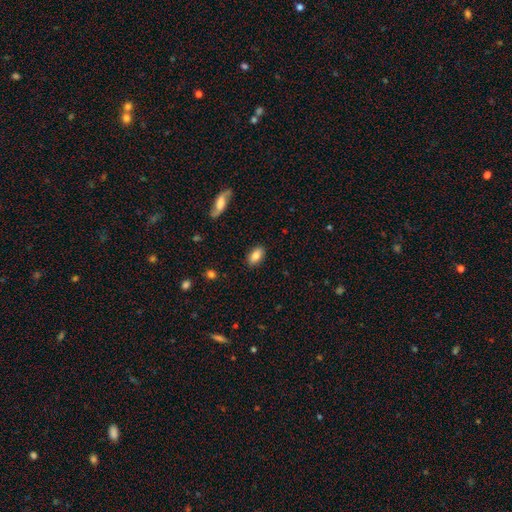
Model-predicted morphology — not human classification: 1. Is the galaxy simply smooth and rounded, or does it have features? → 82% smooth, 11% featured or disk, 8% star or artifact.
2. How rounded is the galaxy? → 90% in between, 5% round, 5% cigar-shaped.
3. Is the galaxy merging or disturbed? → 87% none, 9% minor disturbance, 2% major disturbance, 1% merger.